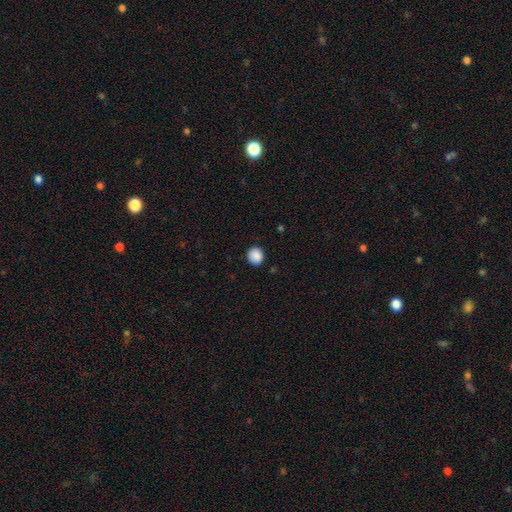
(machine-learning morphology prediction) A smooth galaxy with no disk features (89%) that is round (76%). Merging: none (88%).